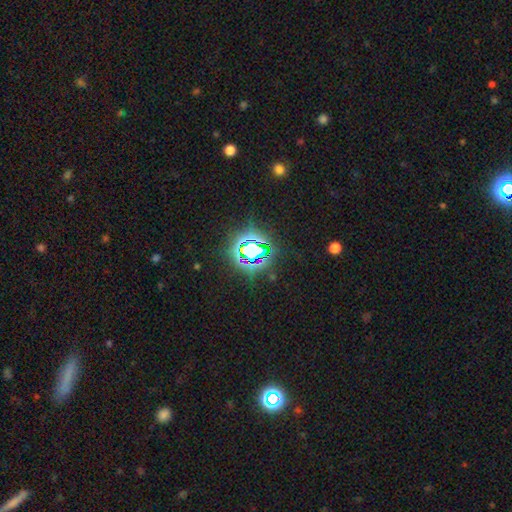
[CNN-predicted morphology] A star or artifact, not a galaxy (81%).

Vote fractions:
- Smooth or featured? star or artifact: 81% / smooth: 12% / featured or disk: 7%